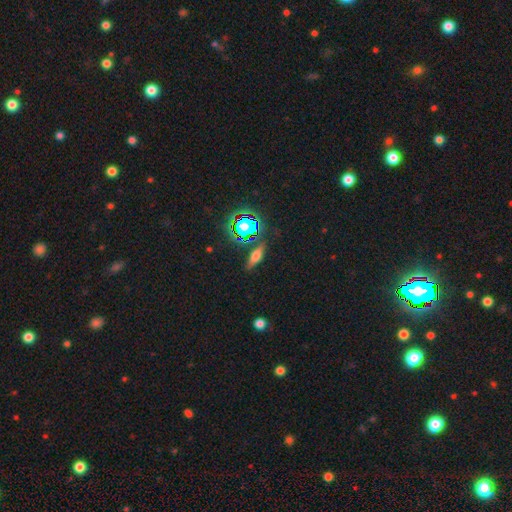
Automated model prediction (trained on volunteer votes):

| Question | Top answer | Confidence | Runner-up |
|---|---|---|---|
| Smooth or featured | smooth | 51% | featured or disk (28%) |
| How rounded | in between | 48% | cigar-shaped (43%) |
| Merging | none | 82% | minor disturbance (12%) |